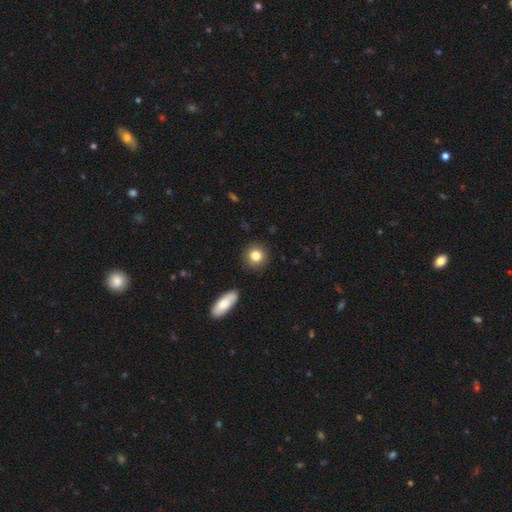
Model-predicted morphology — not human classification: Overall: smooth (83%). How rounded: round (88%). Merging: none (88%).